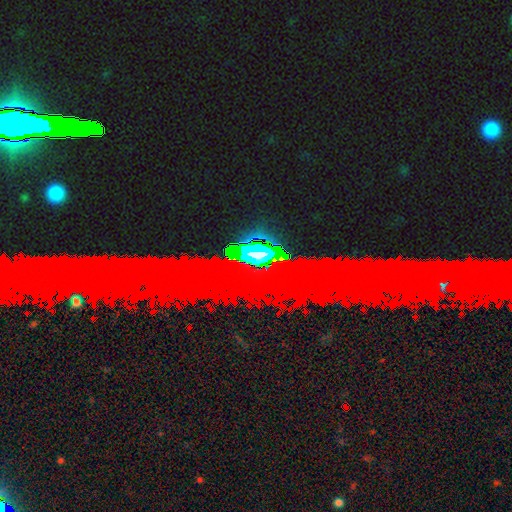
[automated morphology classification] smooth-or-featured: star or artifact: 68% | featured or disk: 17% | smooth: 15%